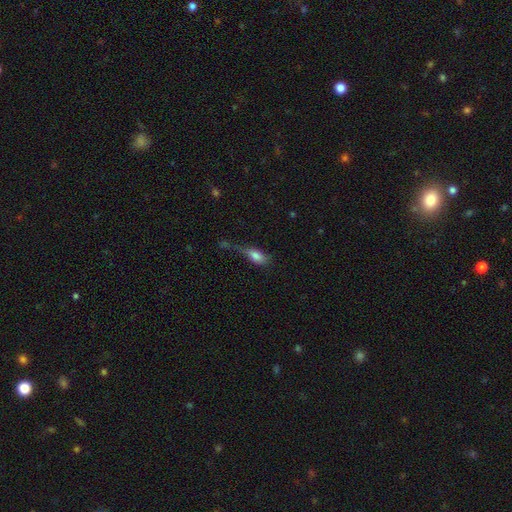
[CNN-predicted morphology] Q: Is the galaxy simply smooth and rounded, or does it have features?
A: smooth — 78%.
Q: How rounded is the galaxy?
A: in between — 79%.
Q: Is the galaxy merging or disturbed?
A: none — 33%.